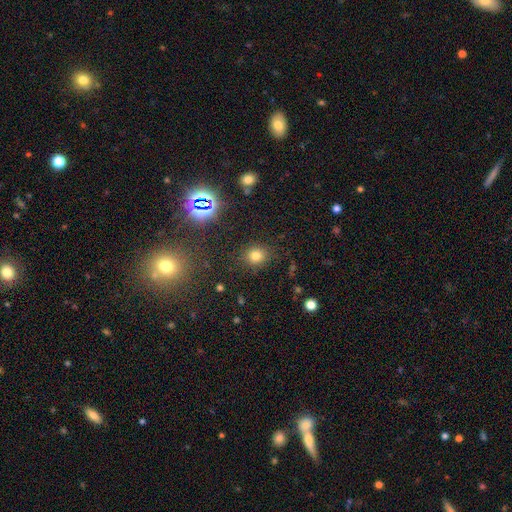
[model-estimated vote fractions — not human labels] Smooth or featured?
  - smooth: 75% *
  - star or artifact: 18%
  - featured or disk: 7%
How rounded?
  - round: 83% *
  - in between: 16%
  - cigar-shaped: 1%
Merging?
  - none: 87% *
  - minor disturbance: 8%
  - major disturbance: 3%
  - merger: 2%